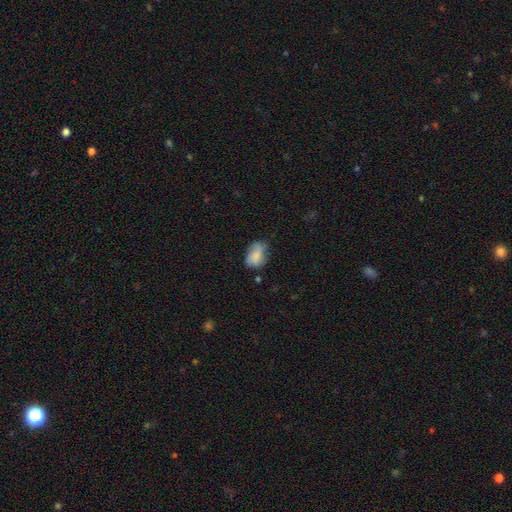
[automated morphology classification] Smooth or featured: smooth — 73% (featured or disk — 19%)
How rounded: in between — 82% (round — 16%)
Merging: none — 46% (minor disturbance — 36%)